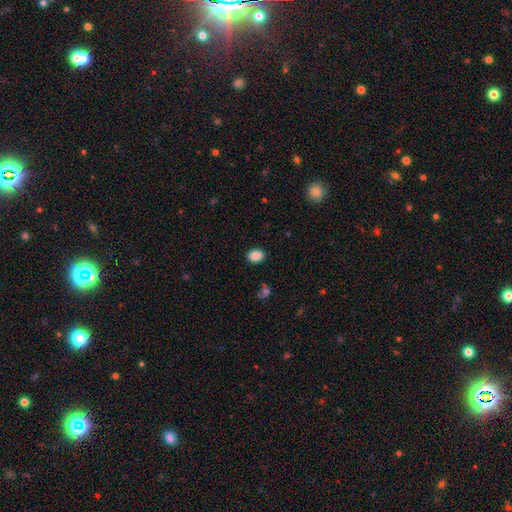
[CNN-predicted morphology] Overall: smooth (88%). How rounded: in between (68%; round 31%). Merging: none (88%).